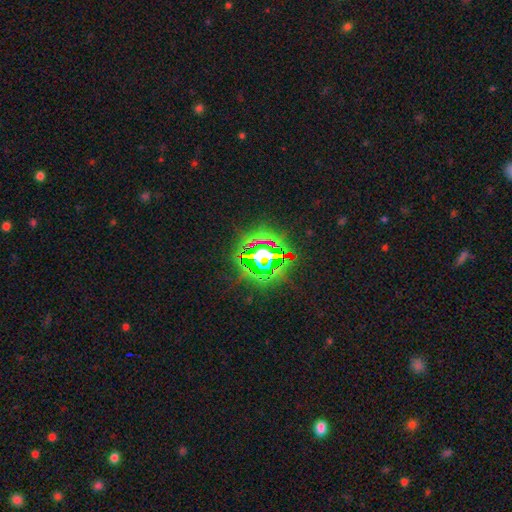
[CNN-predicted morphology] Smooth or featured? Predicted: star or artifact (p=0.75).